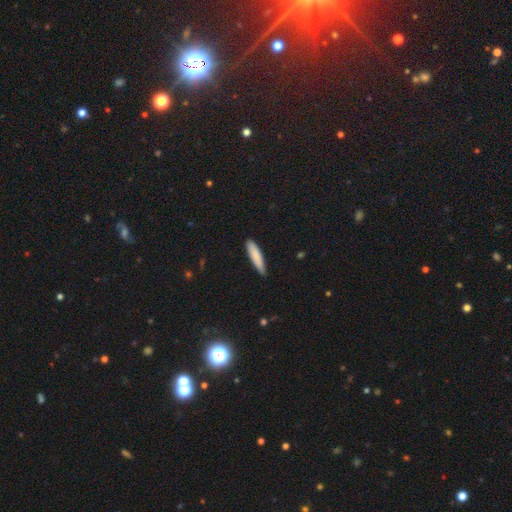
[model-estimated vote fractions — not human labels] smooth 83%, featured or disk 11%, star or artifact 6%. Down the decision tree: how rounded — cigar-shaped (81%); merging — none (81%).